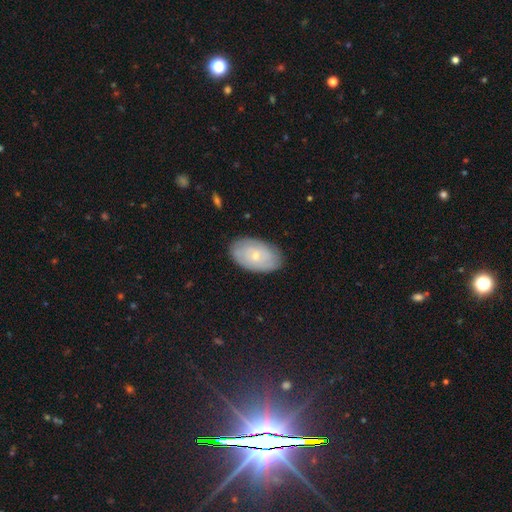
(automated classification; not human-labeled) Smooth or featured: featured or disk — 52% (smooth — 41%)
Edge-on disk: no — 93% (yes — 7%)
Merging: none — 83% (minor disturbance — 13%)